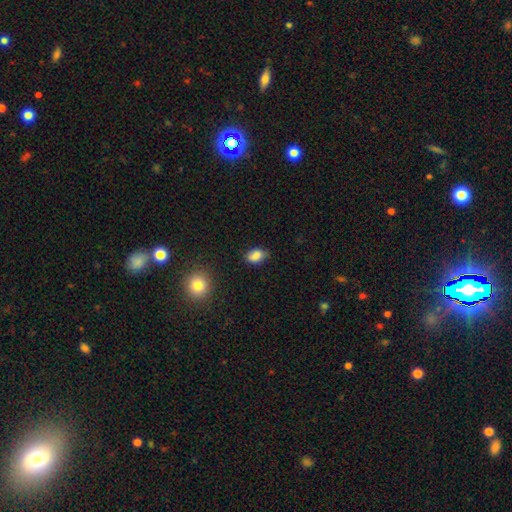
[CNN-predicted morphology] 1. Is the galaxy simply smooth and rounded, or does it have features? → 85% smooth, 9% star or artifact, 6% featured or disk.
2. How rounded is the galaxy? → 81% in between, 18% round, 2% cigar-shaped.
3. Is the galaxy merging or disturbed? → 72% none, 23% minor disturbance, 4% major disturbance, 2% merger.